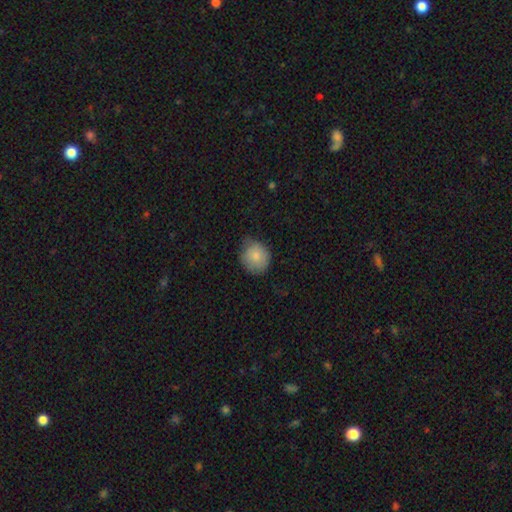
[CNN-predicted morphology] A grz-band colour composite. It shows a smooth galaxy with no disk features (83%) that is round (79%). Merging: none (62%).